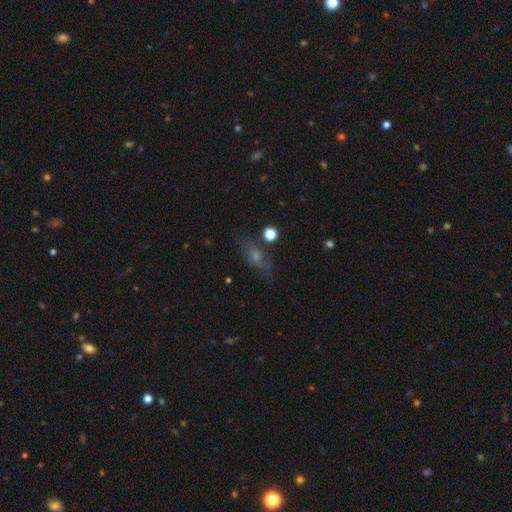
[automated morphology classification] This appears to be a featured or disk galaxy (38%). Merging: none (73%).